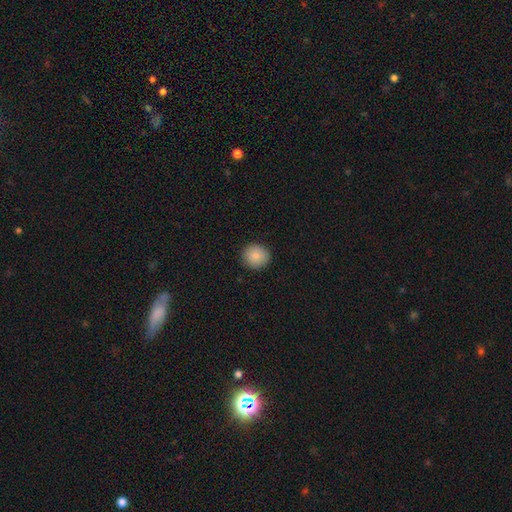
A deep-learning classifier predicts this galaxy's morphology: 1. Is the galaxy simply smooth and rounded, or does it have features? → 86% smooth, 8% star or artifact, 6% featured or disk.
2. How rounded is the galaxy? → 92% round, 8% in between, 1% cigar-shaped.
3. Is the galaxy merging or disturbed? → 91% none, 6% minor disturbance, 2% major disturbance, 1% merger.